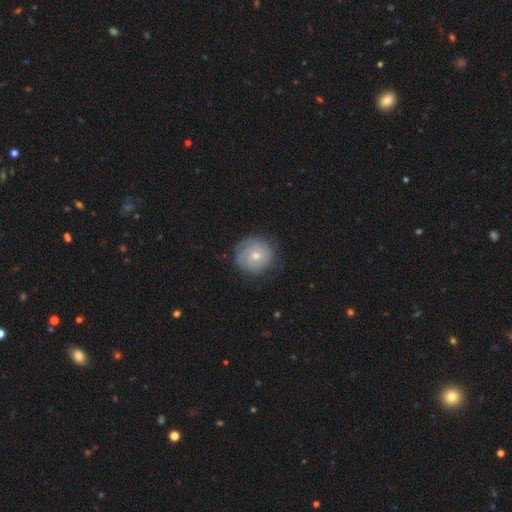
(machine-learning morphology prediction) A featured or disk galaxy (61%) with no bar (80%), spiral arms (85%) and a moderate central bulge (60%). Merging: none (76%).